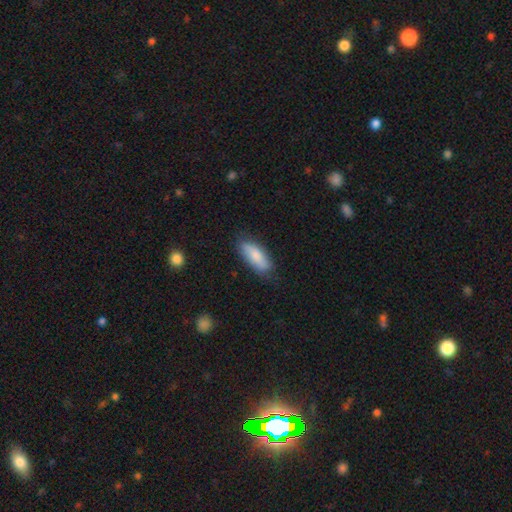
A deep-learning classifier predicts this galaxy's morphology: Smooth or featured? Predicted: smooth (p=0.81). How rounded? Predicted: in between (p=0.72). Merging? Predicted: none (p=0.76).